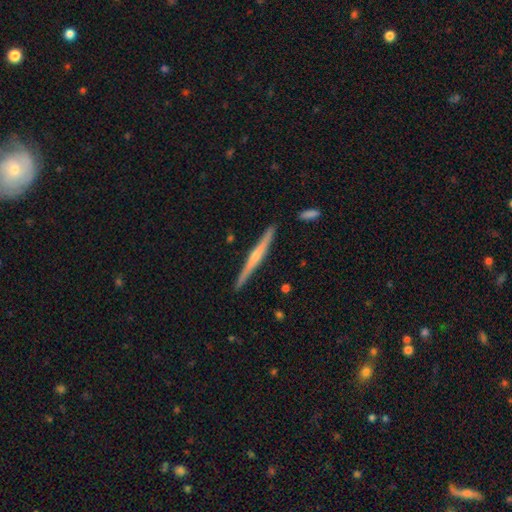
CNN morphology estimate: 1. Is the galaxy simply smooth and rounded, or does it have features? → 69% featured or disk, 26% smooth, 5% star or artifact.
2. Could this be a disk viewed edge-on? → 98% yes, 2% no.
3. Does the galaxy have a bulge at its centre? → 64% rounded, 29% none, 7% boxy.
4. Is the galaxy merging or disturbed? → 90% none, 7% minor disturbance, 2% merger, 1% major disturbance.